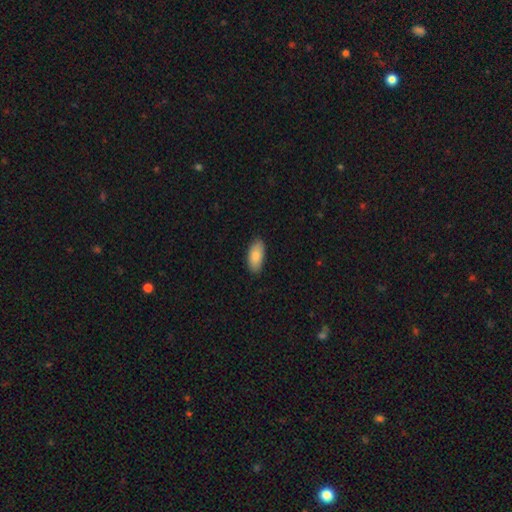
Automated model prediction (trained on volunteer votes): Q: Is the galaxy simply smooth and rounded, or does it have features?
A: smooth — 87%.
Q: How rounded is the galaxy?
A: in between — 91%.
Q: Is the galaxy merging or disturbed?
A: none — 87%.